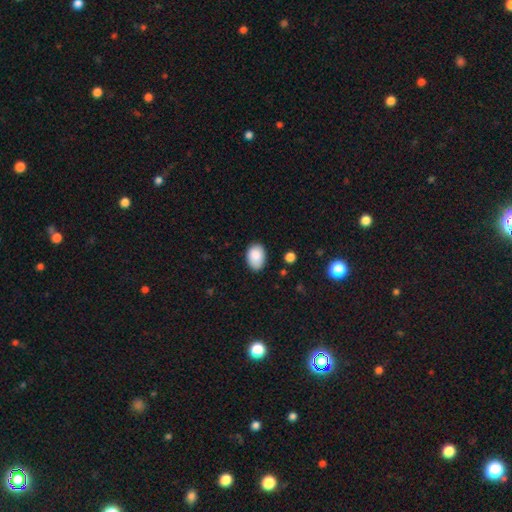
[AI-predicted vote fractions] Smooth or featured? smooth (88%)
How rounded? in between (84%)
Merging? none (80%)